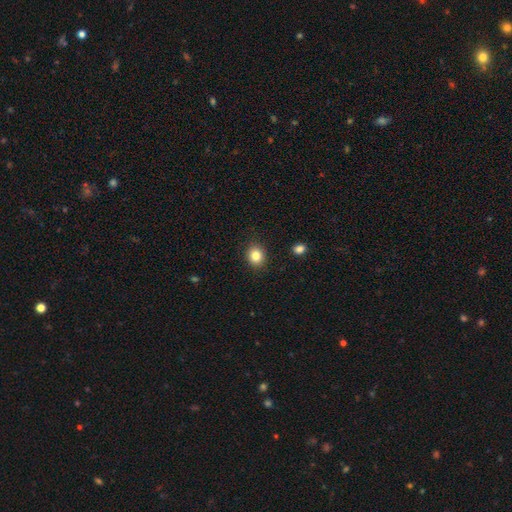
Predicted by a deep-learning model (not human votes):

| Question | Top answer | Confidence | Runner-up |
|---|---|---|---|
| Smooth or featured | smooth | 84% | star or artifact (10%) |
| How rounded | round | 70% | in between (30%) |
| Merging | none | 90% | minor disturbance (7%) |